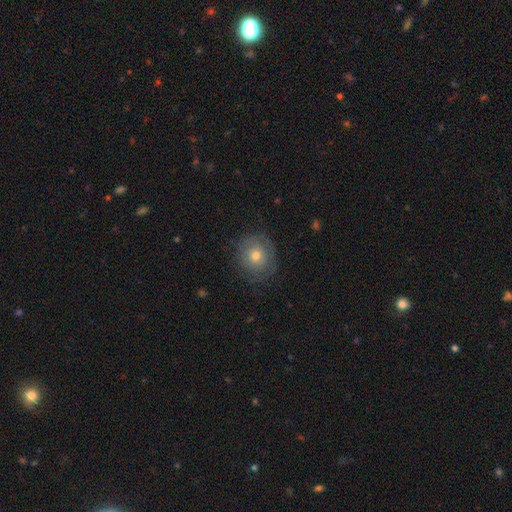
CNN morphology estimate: smooth 59%, featured or disk 30%, star or artifact 10%. Down the decision tree: how rounded — round (84%); merging — none (78%).